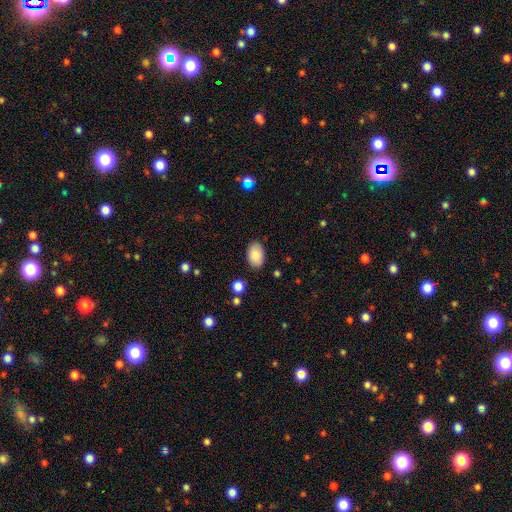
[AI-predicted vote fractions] A smooth galaxy with no disk features (88%) that is in between round and cigar-shaped (90%).

Vote fractions:
- Smooth or featured? smooth: 88% / star or artifact: 7% / featured or disk: 5%
- How rounded? in between: 90% / round: 9% / cigar-shaped: 1%
- Merging? none: 86% / minor disturbance: 10% / major disturbance: 2% / merger: 1%